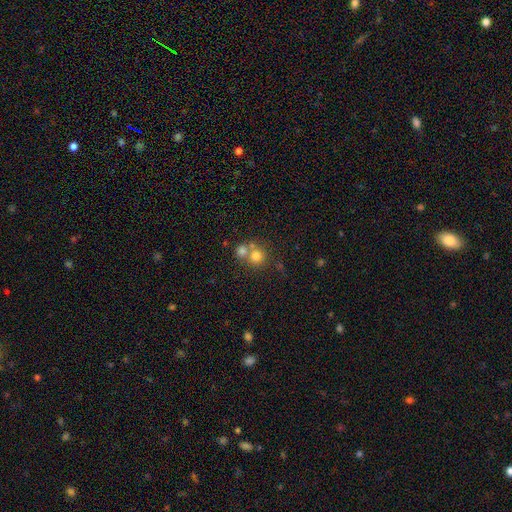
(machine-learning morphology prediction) The model was most divided on "merging": none: 47%, merger: 44%, minor disturbance: 6%, major disturbance: 3%. More confident: how rounded — round (89%); smooth or featured — smooth (74%).